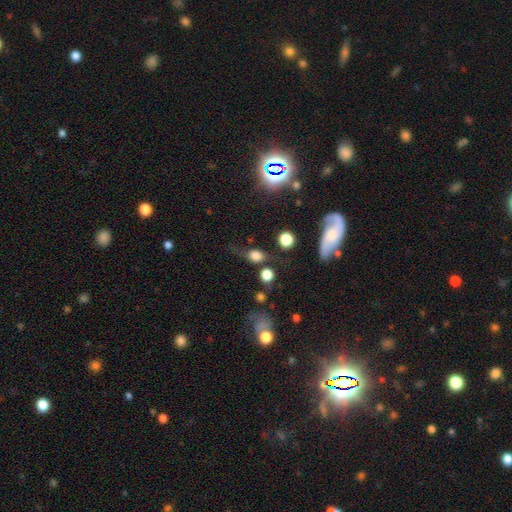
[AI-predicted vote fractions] smooth-or-featured: smooth: 68% | featured or disk: 18% | star or artifact: 14%
  how-rounded: round: 48% | in between: 47% | cigar-shaped: 5%
  merging: none: 46% | minor disturbance: 23% | major disturbance: 21% | merger: 9%